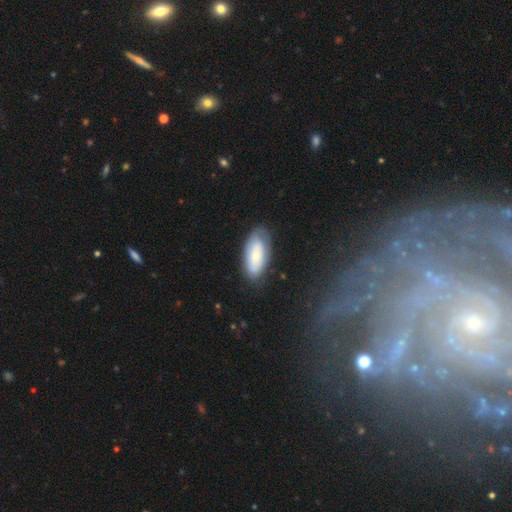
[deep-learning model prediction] The model was most divided on "smooth or featured": smooth: 58%, featured or disk: 36%, star or artifact: 6%. More confident: how rounded — in between (90%); merging — none (72%).